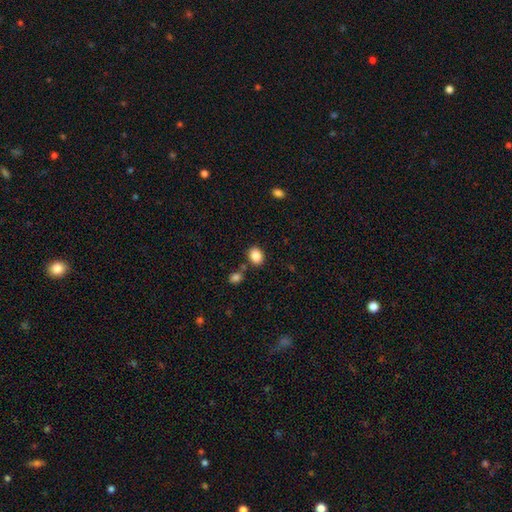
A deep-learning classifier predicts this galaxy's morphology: Overall: smooth (87%). How rounded: in between (52%; round 47%). Merging: none (79%).